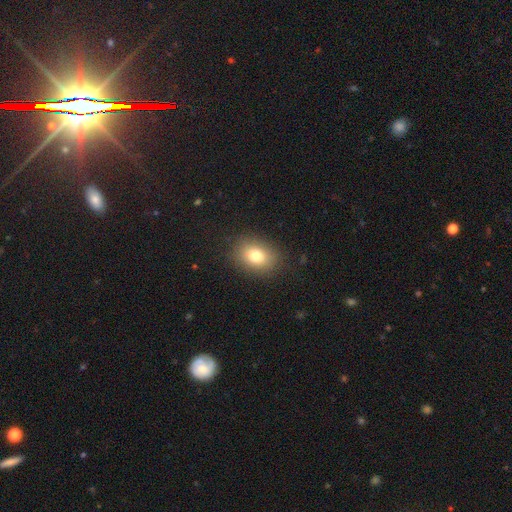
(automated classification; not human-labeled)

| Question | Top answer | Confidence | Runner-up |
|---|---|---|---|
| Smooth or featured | smooth | 80% | star or artifact (11%) |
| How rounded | in between | 68% | round (31%) |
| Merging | none | 85% | minor disturbance (10%) |